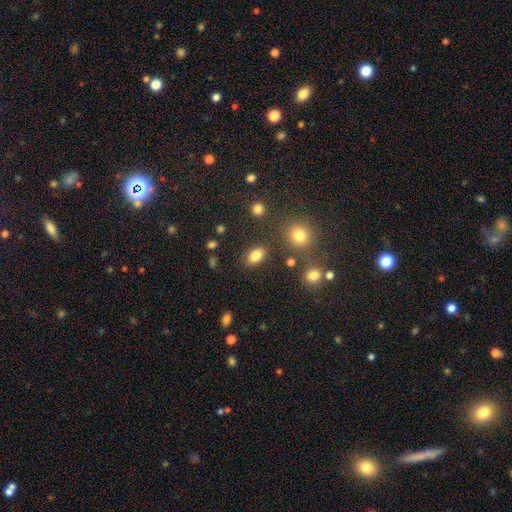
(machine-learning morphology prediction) A smooth galaxy with no disk features (84%) that is in between round and cigar-shaped (78%).

Vote fractions:
- Smooth or featured? smooth: 84% / star or artifact: 11% / featured or disk: 5%
- How rounded? in between: 78% / round: 20% / cigar-shaped: 1%
- Merging? none: 81% / minor disturbance: 11% / merger: 4% / major disturbance: 4%